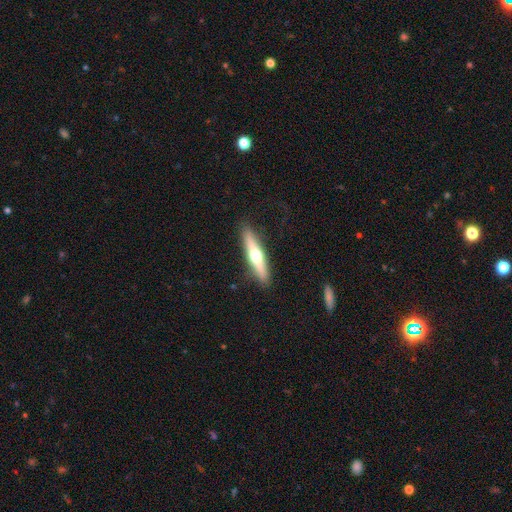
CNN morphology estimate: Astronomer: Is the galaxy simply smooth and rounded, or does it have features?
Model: featured or disk — 54% (runner-up: smooth, 41%).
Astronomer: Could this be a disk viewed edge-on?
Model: yes — 94%.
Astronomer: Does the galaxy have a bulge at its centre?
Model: rounded — 93%.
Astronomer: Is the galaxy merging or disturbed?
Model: none — 89%.